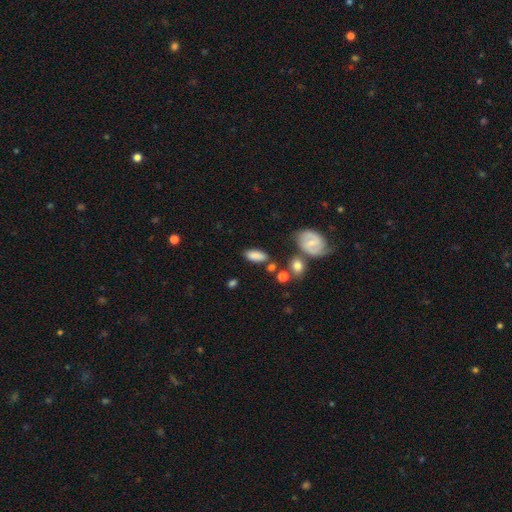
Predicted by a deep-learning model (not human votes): smooth-or-featured: smooth: 80% | featured or disk: 13% | star or artifact: 7%
  how-rounded: in between: 84% | cigar-shaped: 12% | round: 4%
  merging: none: 73% | minor disturbance: 16% | merger: 7% | major disturbance: 5%